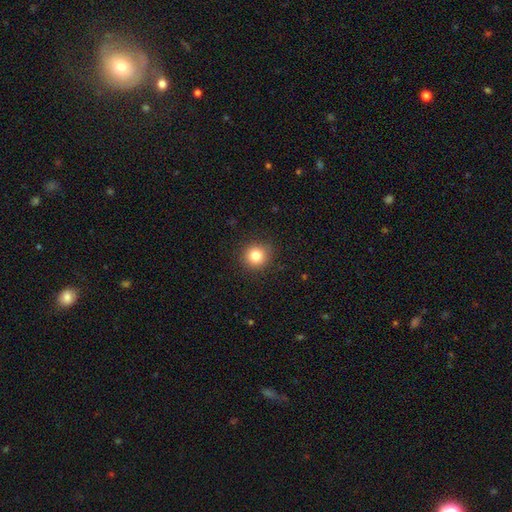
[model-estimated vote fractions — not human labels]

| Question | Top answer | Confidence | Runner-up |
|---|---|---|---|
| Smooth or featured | smooth | 82% | star or artifact (12%) |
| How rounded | round | 92% | in between (7%) |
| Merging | none | 89% | minor disturbance (8%) |